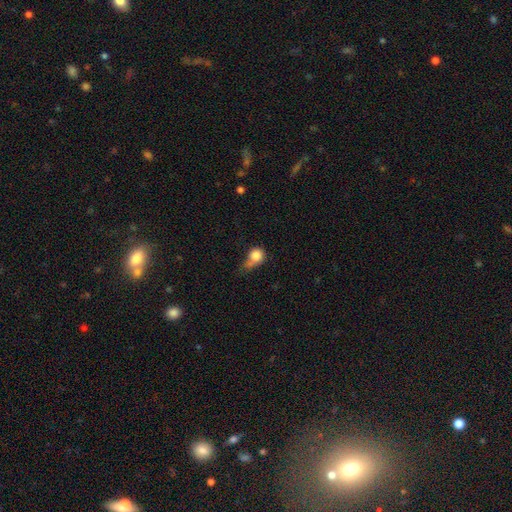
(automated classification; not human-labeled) smooth 81%, featured or disk 10%, star or artifact 9%. Down the decision tree: how rounded — round (78%); merging — none (30%).